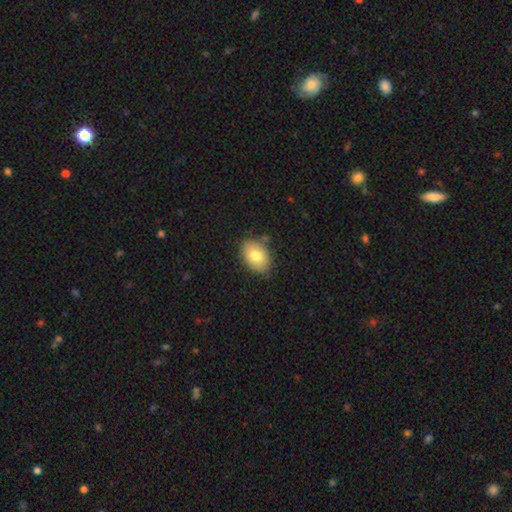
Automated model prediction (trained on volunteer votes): Smooth or featured: smooth — 78% (featured or disk — 14%)
How rounded: in between — 80% (round — 19%)
Merging: none — 80% (minor disturbance — 15%)